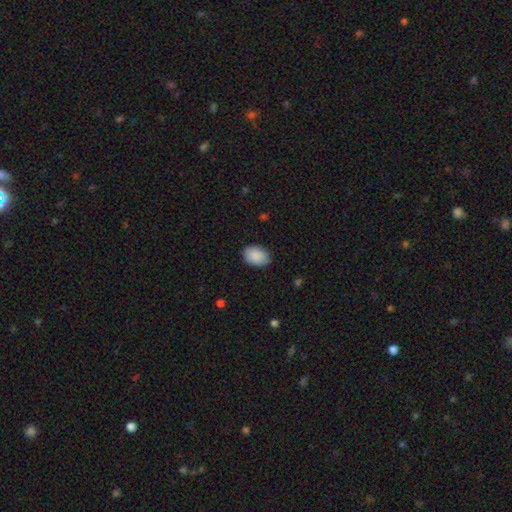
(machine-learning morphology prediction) smooth 89%, star or artifact 6%, featured or disk 5%. Down the decision tree: how rounded — in between (85%); merging — none (85%).